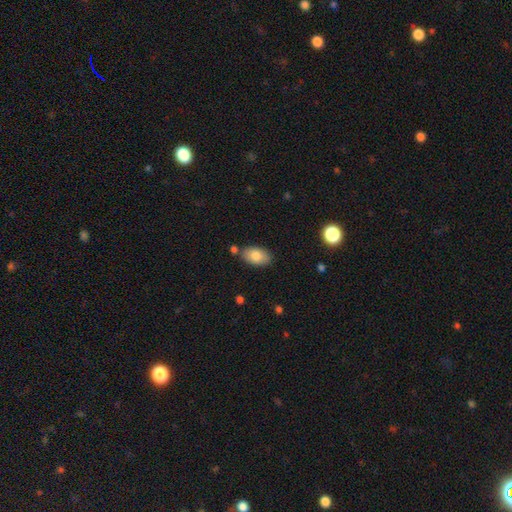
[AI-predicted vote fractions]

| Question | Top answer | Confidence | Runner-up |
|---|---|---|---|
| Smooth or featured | smooth | 81% | featured or disk (12%) |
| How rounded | in between | 93% | round (6%) |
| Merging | none | 79% | minor disturbance (13%) |